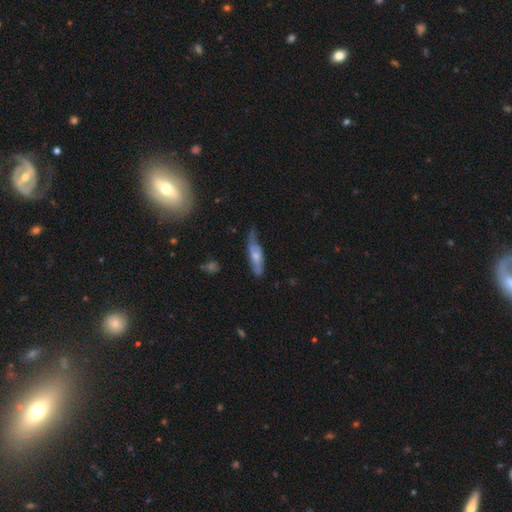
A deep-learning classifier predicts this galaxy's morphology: smooth 52%, featured or disk 41%, star or artifact 6%. Down the decision tree: how rounded — cigar-shaped (58%); merging — none (46%).